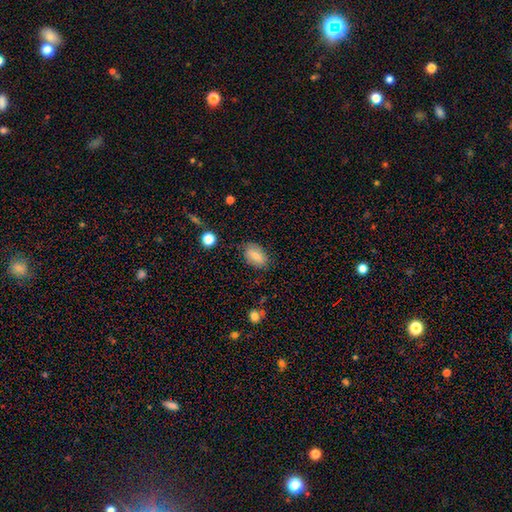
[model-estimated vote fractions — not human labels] smooth 77%, featured or disk 15%, star or artifact 8%. Down the decision tree: how rounded — in between (89%); merging — none (79%).